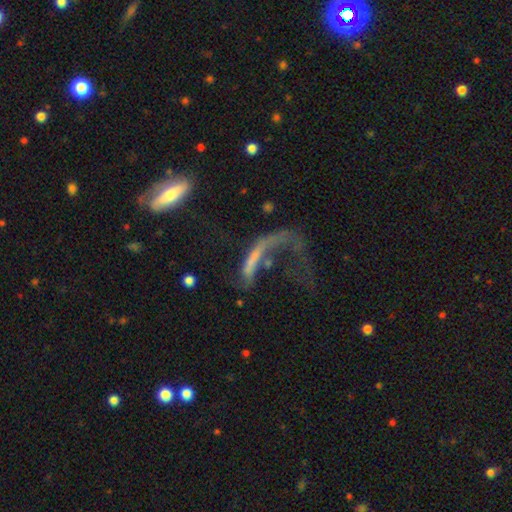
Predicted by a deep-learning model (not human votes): The model was most divided on "smooth or featured": featured or disk: 53%, smooth: 33%, star or artifact: 13%. More confident: edge-on disk — no (78%); merging — major disturbance (55%).